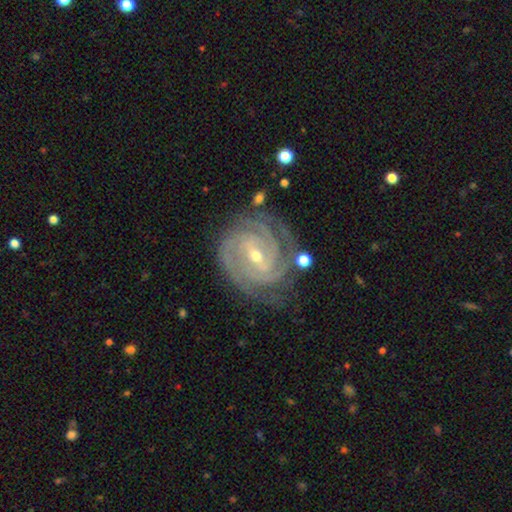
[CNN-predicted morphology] Q: Smooth or featured?
A: featured or disk (92%); runner-up: star or artifact (5%)
Q: Edge-on disk?
A: no (97%); runner-up: yes (3%)
Q: Bar?
A: weak (46%); runner-up: strong (35%)
Q: Spiral arms?
A: yes (98%); runner-up: no (2%)
Q: Spiral winding?
A: tight (80%); runner-up: medium (18%)
Q: Spiral arm count?
A: 3 (32%); runner-up: 2 (23%)
Q: Bulge size?
A: small (60%); runner-up: moderate (38%)
Q: Merging?
A: none (76%); runner-up: minor disturbance (16%)